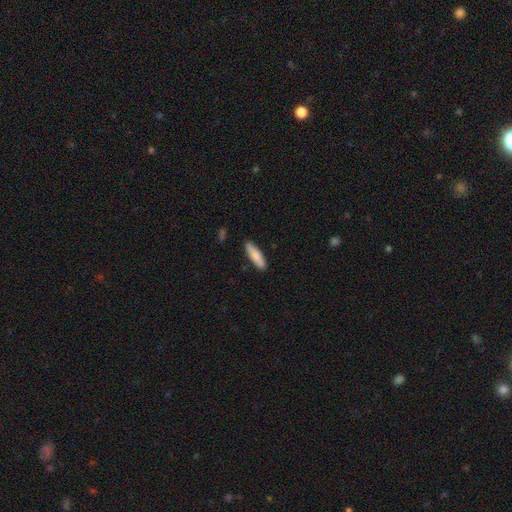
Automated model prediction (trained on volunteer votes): Smooth or featured? smooth (84%)
How rounded? cigar-shaped (65%)
Merging? none (87%)